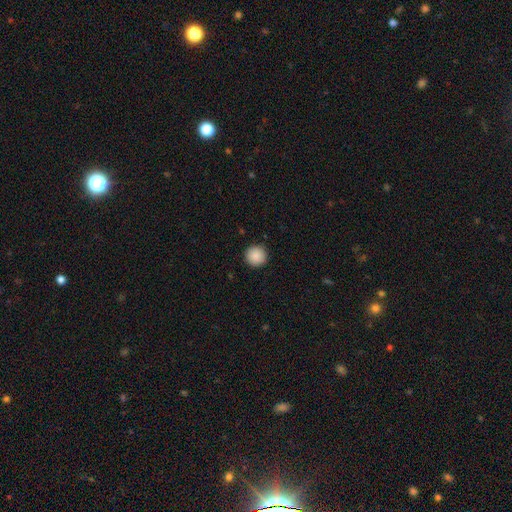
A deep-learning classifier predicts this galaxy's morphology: The model was most divided on "smooth or featured": smooth: 89%, star or artifact: 8%, featured or disk: 3%. More confident: how rounded — round (95%); merging — none (92%).